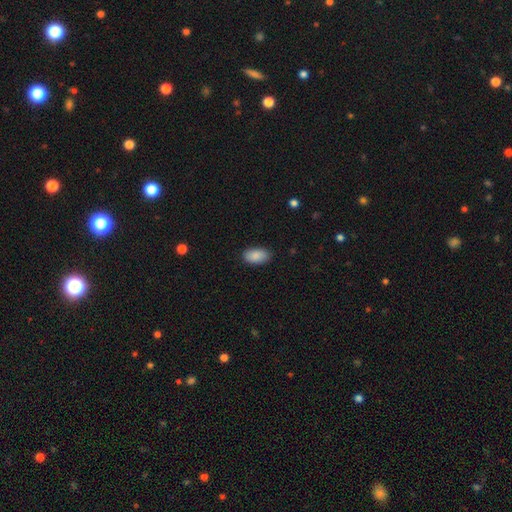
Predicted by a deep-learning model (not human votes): Smooth or featured: smooth — 89% (star or artifact — 7%)
How rounded: in between — 94% (round — 4%)
Merging: none — 87% (minor disturbance — 10%)